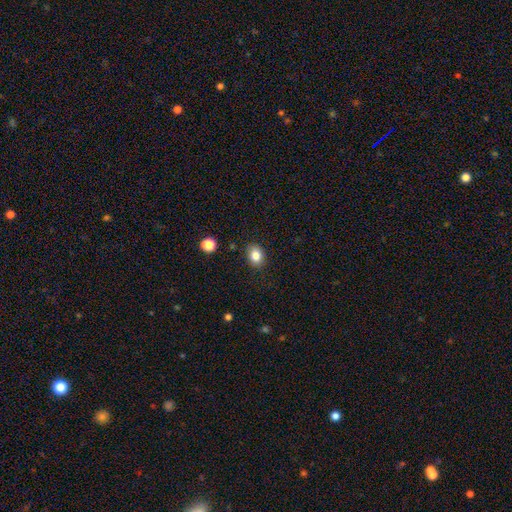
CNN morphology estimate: The model was most divided on "how rounded": in between: 53%, round: 46%, cigar-shaped: 1%. More confident: merging — none (85%); smooth or featured — smooth (84%).